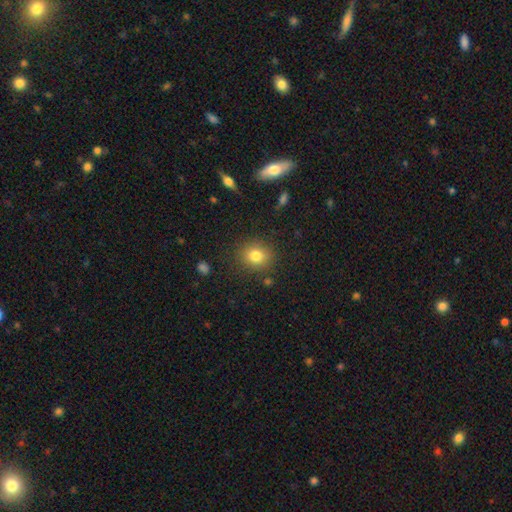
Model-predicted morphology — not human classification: type=smooth (81%); roundness=round (75%); merging=none (85%).